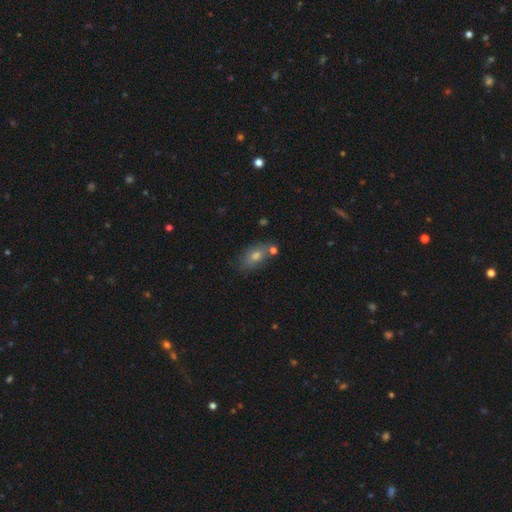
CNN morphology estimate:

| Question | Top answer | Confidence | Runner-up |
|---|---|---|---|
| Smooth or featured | smooth | 67% | featured or disk (19%) |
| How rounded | in between | 81% | round (13%) |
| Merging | none | 66% | minor disturbance (16%) |